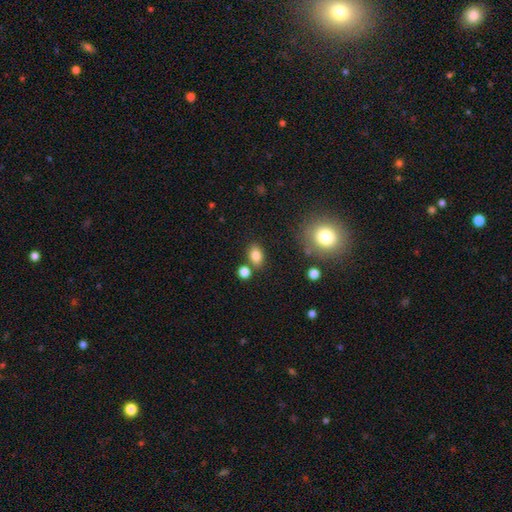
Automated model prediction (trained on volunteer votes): Smooth or featured? Predicted: smooth (p=0.82). How rounded? Predicted: in between (p=0.78). Merging? Predicted: none (p=0.75).